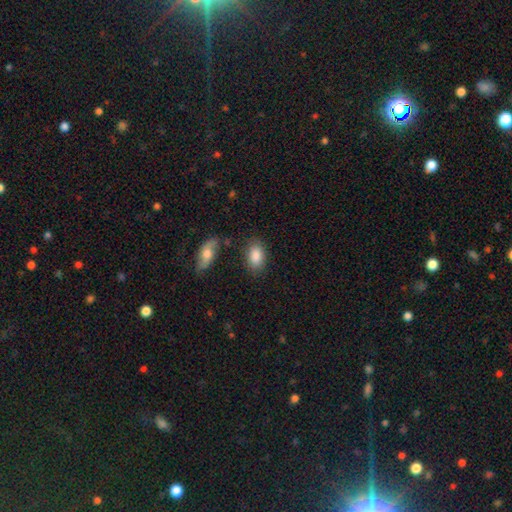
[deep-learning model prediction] Smooth or featured: smooth — 87% (featured or disk — 7%)
How rounded: in between — 90% (round — 8%)
Merging: none — 79% (minor disturbance — 13%)